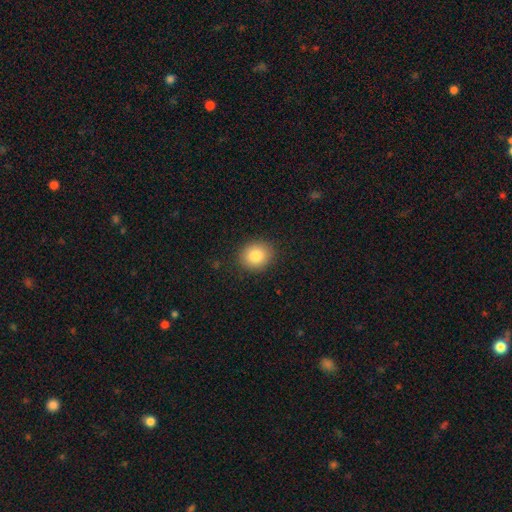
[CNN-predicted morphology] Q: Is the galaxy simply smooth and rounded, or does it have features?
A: smooth — 85%.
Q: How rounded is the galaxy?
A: round — 73%.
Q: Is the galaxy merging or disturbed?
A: none — 89%.